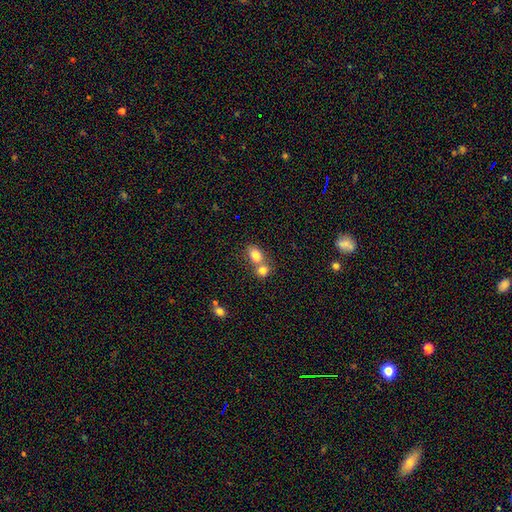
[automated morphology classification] Smooth or featured? Predicted: smooth (p=0.81). How rounded? Predicted: in between (p=0.70). Merging? Predicted: merger (p=0.54).